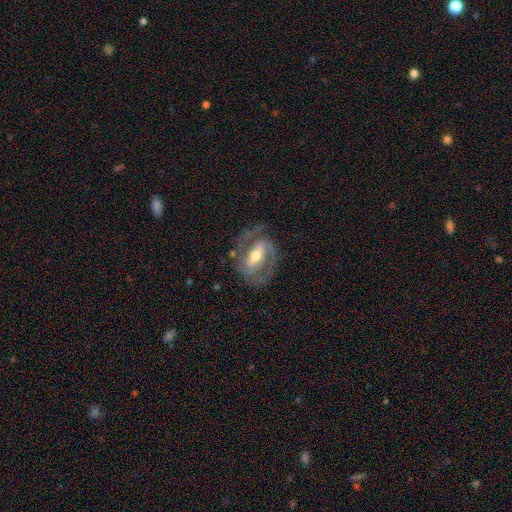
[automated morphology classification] A featured or disk galaxy (84%) with a strong bar (51%), 2 (85%) medium (48%) spiral arms (91%) and a moderate central bulge (64%). Merging: none (72%).